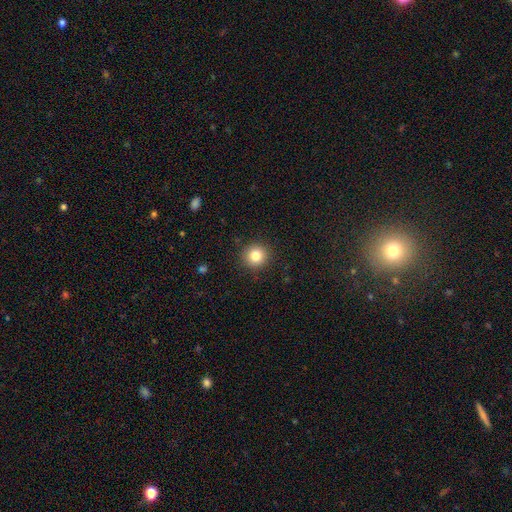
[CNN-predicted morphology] The model was most divided on "smooth or featured": smooth: 82%, star or artifact: 11%, featured or disk: 7%. More confident: how rounded — round (93%); merging — none (91%).